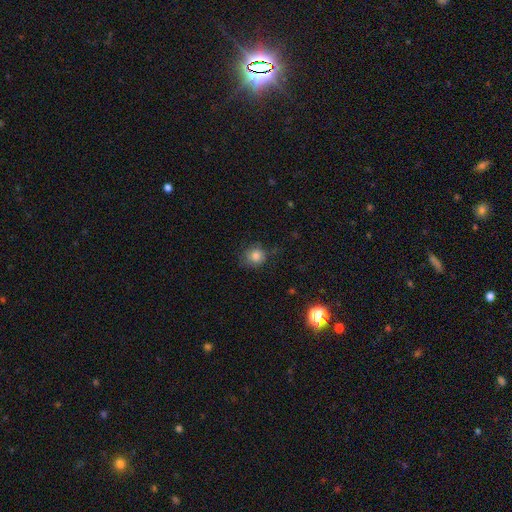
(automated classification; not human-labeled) smooth-or-featured: smooth: 81% | star or artifact: 11% | featured or disk: 8%
  how-rounded: round: 82% | in between: 17% | cigar-shaped: 1%
  merging: none: 67% | minor disturbance: 23% | major disturbance: 9% | merger: 1%